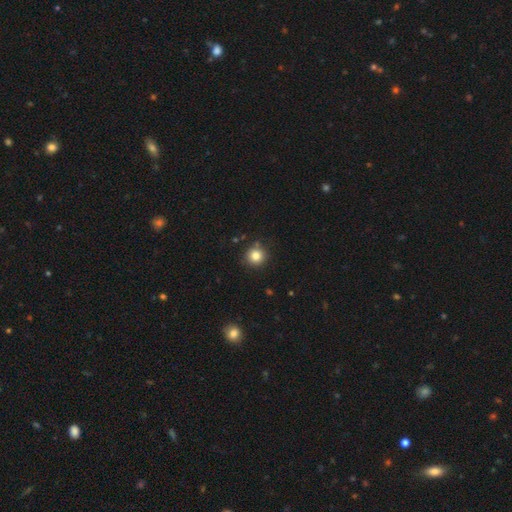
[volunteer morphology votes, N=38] This is clearly a smooth galaxy (92%). How rounded: clearly round (94%). Merging: clearly none (92%).